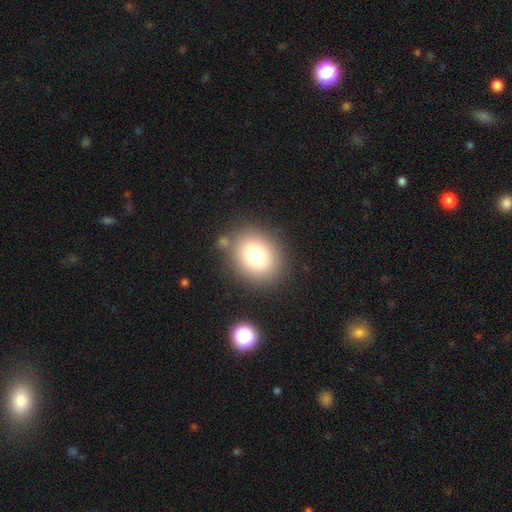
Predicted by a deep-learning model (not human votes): smooth 79%, star or artifact 11%, featured or disk 10%. Down the decision tree: how rounded — round (56%); merging — none (82%).